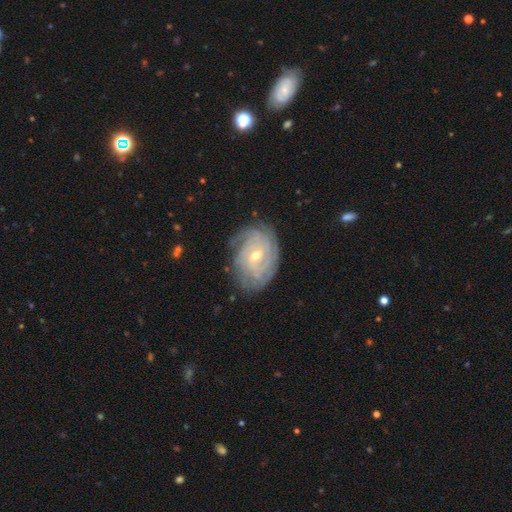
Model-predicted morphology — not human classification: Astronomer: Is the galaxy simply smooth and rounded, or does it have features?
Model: featured or disk — 85%.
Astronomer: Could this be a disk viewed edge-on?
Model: no — 97%.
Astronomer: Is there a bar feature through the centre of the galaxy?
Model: no — 52% (runner-up: weak, 39%).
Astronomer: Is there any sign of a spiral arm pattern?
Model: yes — 96%.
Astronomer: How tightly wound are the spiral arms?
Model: tight — 76%.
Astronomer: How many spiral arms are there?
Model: can't tell — 38% (runner-up: 4, 19%).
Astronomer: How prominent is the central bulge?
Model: small — 55% (runner-up: moderate, 42%).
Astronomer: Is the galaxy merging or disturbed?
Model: none — 77%.